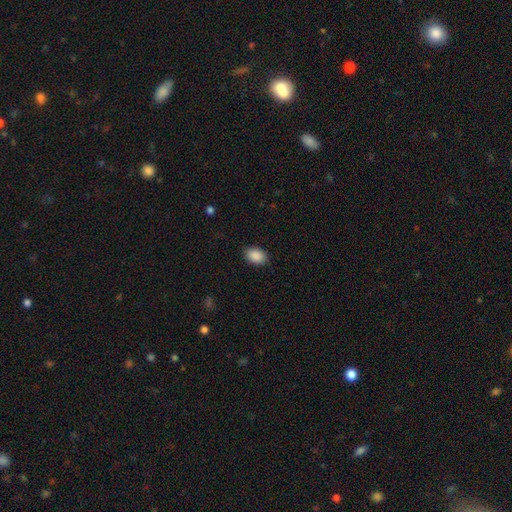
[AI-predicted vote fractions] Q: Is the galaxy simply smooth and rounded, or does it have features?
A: smooth — 90%.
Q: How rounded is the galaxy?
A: in between — 82%.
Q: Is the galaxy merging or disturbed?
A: none — 88%.